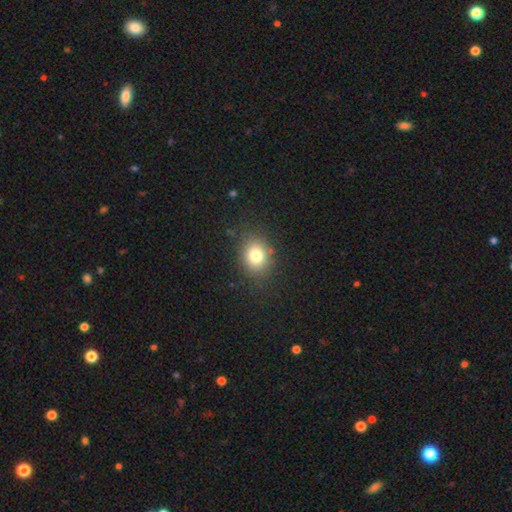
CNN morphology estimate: Overall: smooth (78%). How rounded: round (60%; in between 39%). Merging: none (84%).